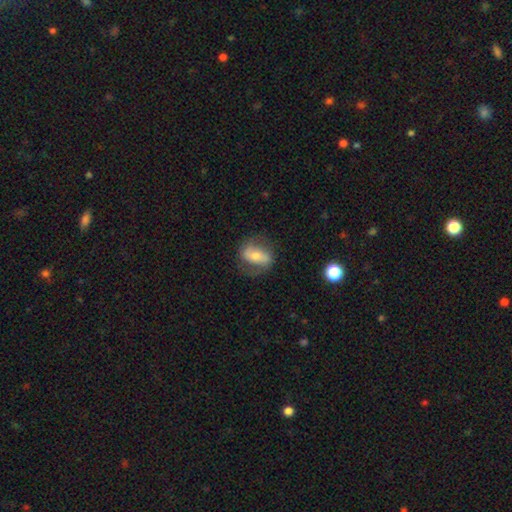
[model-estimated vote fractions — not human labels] This is possibly a featured or disk galaxy (56%). It is clearly not viewed edge-on (91%). Bar: possibly strong (47%). Spiral arm pattern: likely yes (73%). Central bulge: possibly moderate (54%). Merging: likely none (71%).